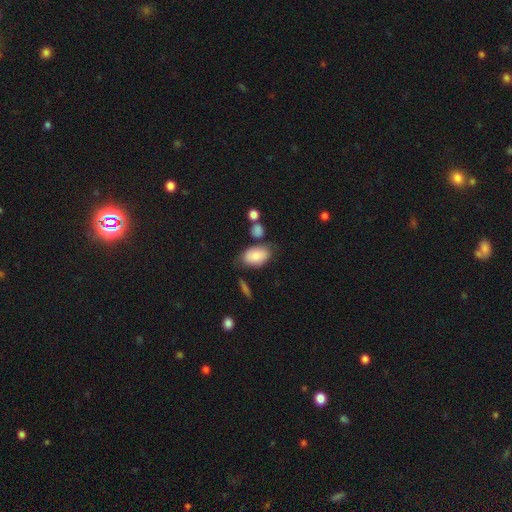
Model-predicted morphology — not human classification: The model was most divided on "merging": none: 63%, minor disturbance: 21%, merger: 10%, major disturbance: 6%. More confident: how rounded — in between (89%); smooth or featured — smooth (82%).